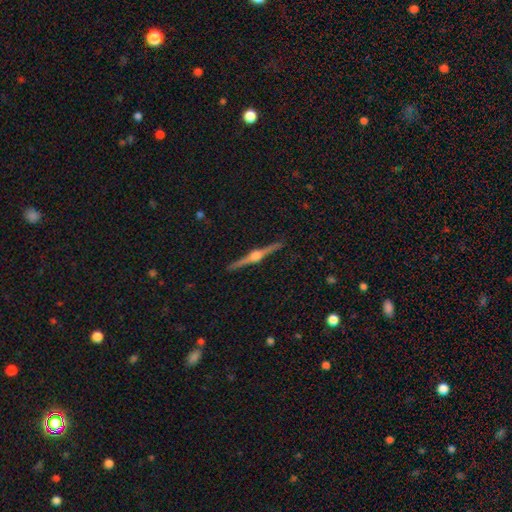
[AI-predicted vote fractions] Smooth or featured? Predicted: featured or disk (p=0.87). Edge-on disk? Predicted: yes (p=0.99). Edge-on bulge? Predicted: rounded (p=0.95). Merging? Predicted: none (p=0.92).